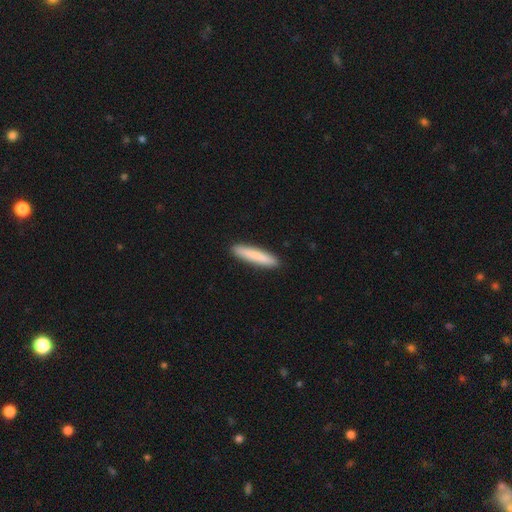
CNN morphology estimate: A smooth galaxy with no disk features (83%) that is cigar-shaped (92%). Merging: none (92%).